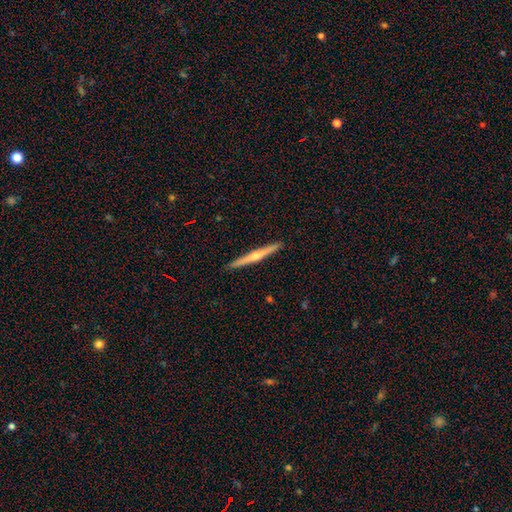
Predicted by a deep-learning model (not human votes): A featured or disk galaxy (68%) viewed edge-on (98%) with a rounded central bulge (80%). Merging: none (92%).